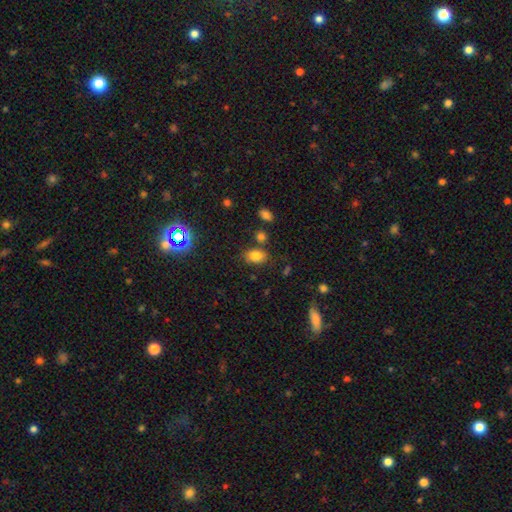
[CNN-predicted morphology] smooth-or-featured: smooth: 80% | star or artifact: 12% | featured or disk: 8%
  how-rounded: in between: 78% | round: 21% | cigar-shaped: 1%
  merging: none: 74% | minor disturbance: 14% | merger: 8% | major disturbance: 4%